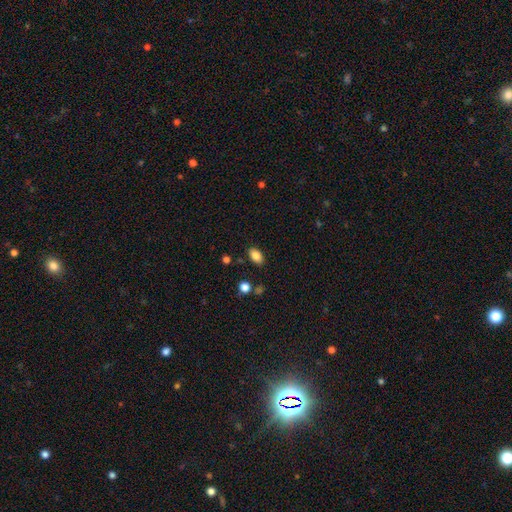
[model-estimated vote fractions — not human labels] Overall: smooth (85%). How rounded: in between (89%). Merging: none (84%).